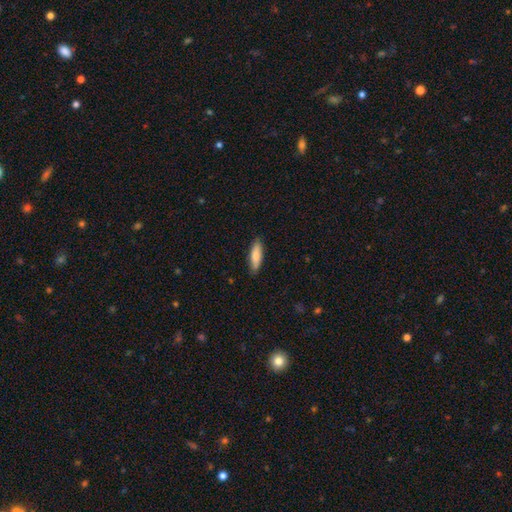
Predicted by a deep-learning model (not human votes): A smooth galaxy with no disk features (82%) that is cigar-shaped (53%). Merging: none (87%).